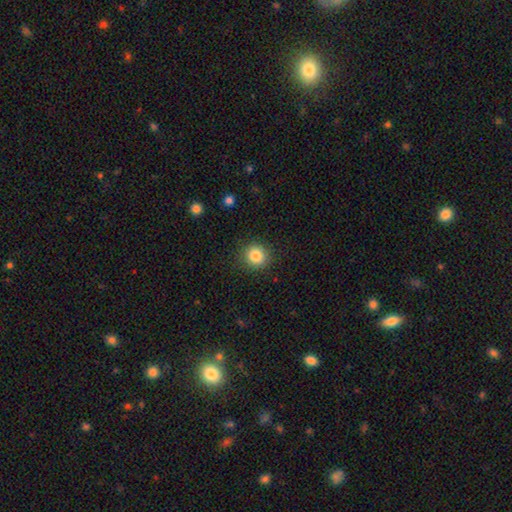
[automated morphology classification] type=smooth (84%); roundness=round (91%); merging=none (90%).